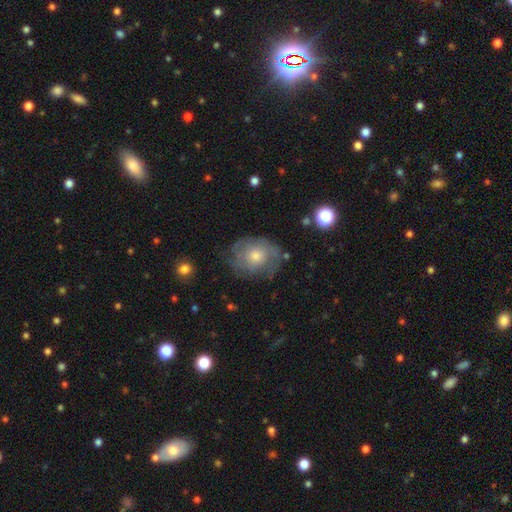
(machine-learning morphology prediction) smooth-or-featured: featured or disk: 60% | smooth: 30% | star or artifact: 9%
  disk-edge-on: no: 96% | yes: 4%
    bar: no: 83% | weak: 15% | strong: 2%
    has-spiral-arms: yes: 83% | no: 17%
    bulge-size: moderate: 55% | small: 36% | large: 6% | none: 2% | dominant: 1%
  merging: none: 71% | minor disturbance: 19% | major disturbance: 8% | merger: 2%